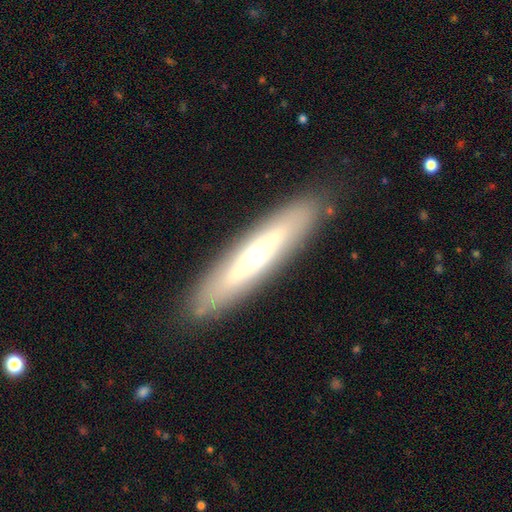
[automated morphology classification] featured or disk 57%, smooth 37%, star or artifact 7%. Down the decision tree: edge-on disk — yes (55%); merging — none (86%).